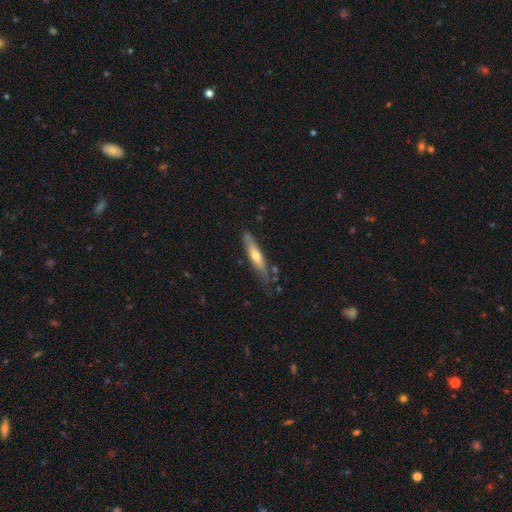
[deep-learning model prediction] Smooth or featured?
  - smooth: 52% *
  - featured or disk: 42%
  - star or artifact: 6%
How rounded?
  - cigar-shaped: 83% *
  - in between: 16%
  - round: 2%
Merging?
  - none: 71% *
  - minor disturbance: 21%
  - major disturbance: 5%
  - merger: 3%